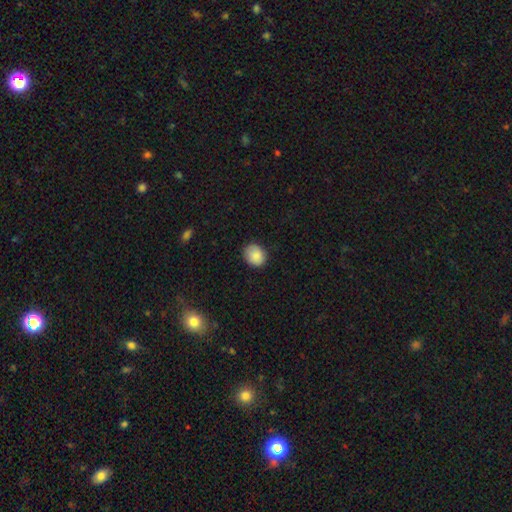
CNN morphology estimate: smooth 86%, star or artifact 8%, featured or disk 6%. Down the decision tree: how rounded — round (58%); merging — none (81%).